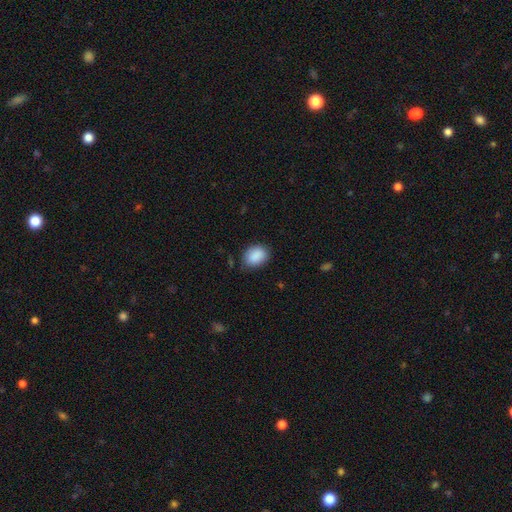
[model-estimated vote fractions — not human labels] Q: Smooth or featured?
A: smooth (89%); runner-up: star or artifact (7%)
Q: How rounded?
A: in between (68%); runner-up: round (31%)
Q: Merging?
A: none (78%); runner-up: minor disturbance (17%)